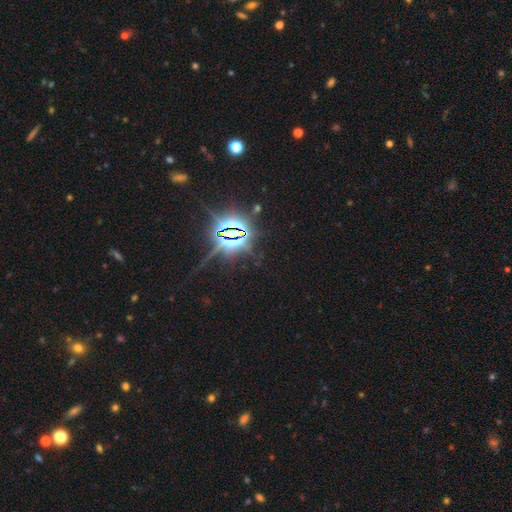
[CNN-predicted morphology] This appears to be a star or artifact, not a galaxy (85%).